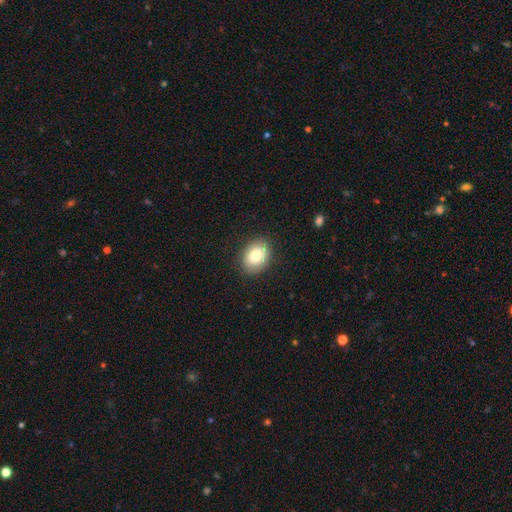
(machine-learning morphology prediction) Smooth or featured? smooth (77%)
How rounded? in between (66%)
Merging? none (84%)